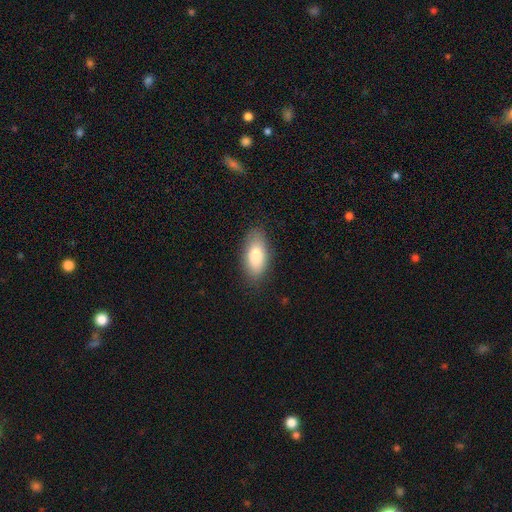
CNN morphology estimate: A smooth galaxy with no disk features (84%) that is in between round and cigar-shaped (89%). Merging: none (83%).